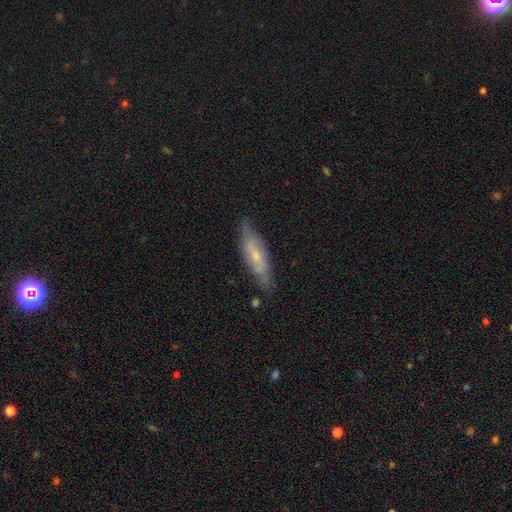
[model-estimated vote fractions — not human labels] Morphology: type=featured or disk (53%); edge-on=no (59%); merging=none (75%).